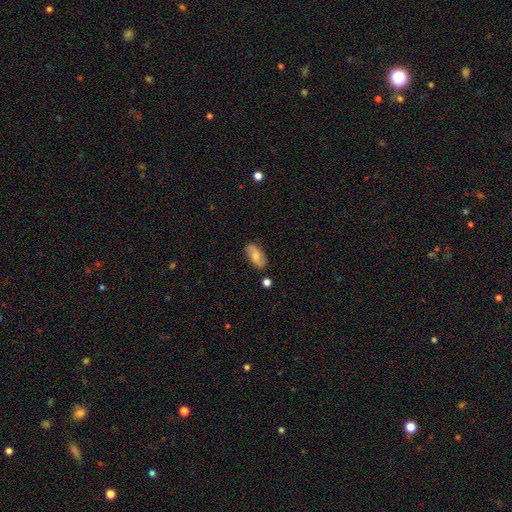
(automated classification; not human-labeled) smooth_or_featured: smooth (p=0.52) [alt: featured or disk p=0.41]
how_rounded: in between (p=0.90) [alt: cigar-shaped p=0.06]
merging: none (p=0.81) [alt: minor disturbance p=0.13]